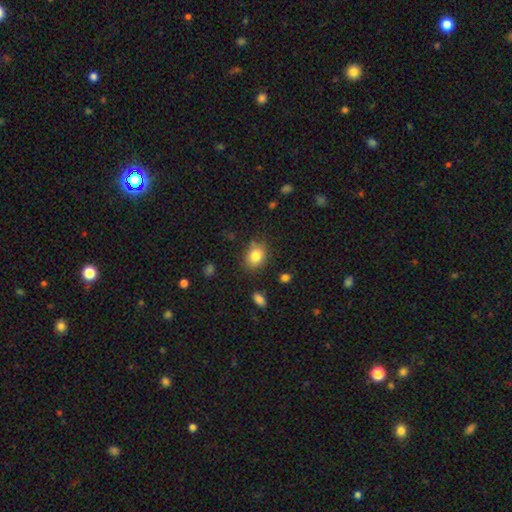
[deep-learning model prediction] Q: Smooth or featured?
A: smooth (83%); runner-up: star or artifact (10%)
Q: How rounded?
A: round (50%); runner-up: in between (49%)
Q: Merging?
A: none (80%); runner-up: minor disturbance (14%)